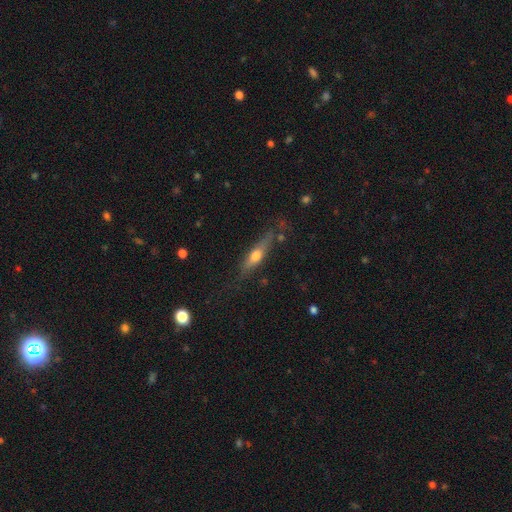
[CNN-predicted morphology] Smooth or featured? smooth (47%)
Merging? none (71%)